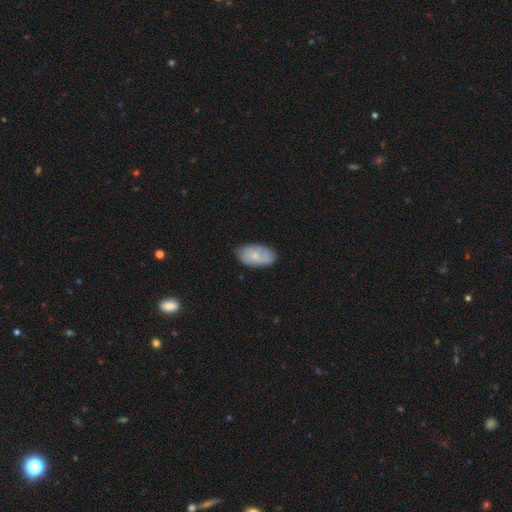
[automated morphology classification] Q: Smooth or featured?
A: smooth (65%); runner-up: featured or disk (29%)
Q: How rounded?
A: in between (94%); runner-up: round (4%)
Q: Merging?
A: none (77%); runner-up: minor disturbance (18%)